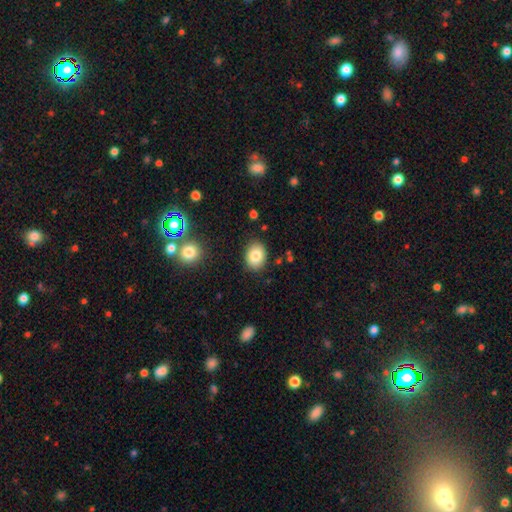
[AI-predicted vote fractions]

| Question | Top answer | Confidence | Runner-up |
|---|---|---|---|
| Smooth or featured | smooth | 83% | featured or disk (9%) |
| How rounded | in between | 68% | round (31%) |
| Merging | none | 86% | minor disturbance (10%) |